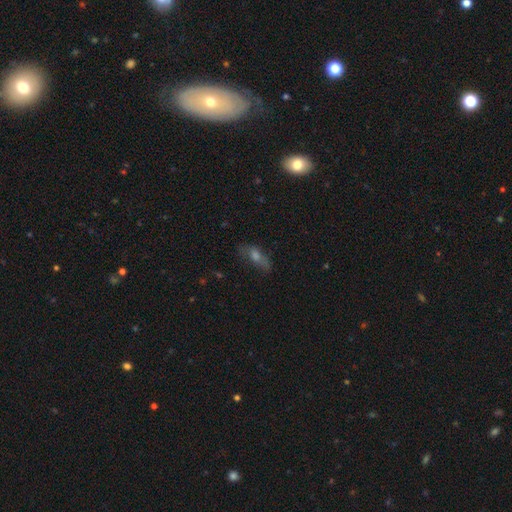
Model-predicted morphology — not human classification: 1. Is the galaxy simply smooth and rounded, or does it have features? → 47% smooth, 36% featured or disk, 18% star or artifact.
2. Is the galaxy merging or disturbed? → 65% none, 21% minor disturbance, 11% major disturbance, 2% merger.